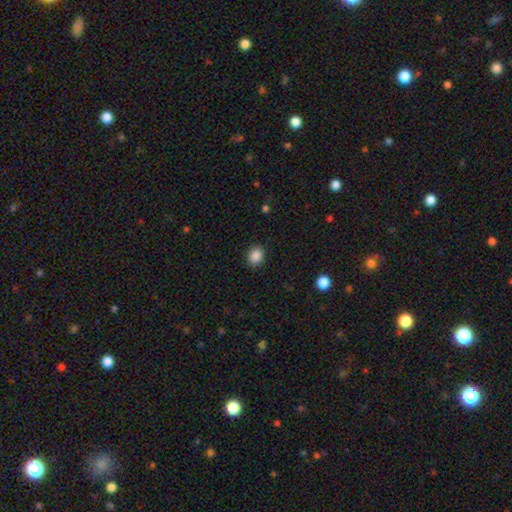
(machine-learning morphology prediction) smooth-or-featured: smooth: 88% | star or artifact: 9% | featured or disk: 3%
  how-rounded: round: 50% | in between: 49% | cigar-shaped: 1%
  merging: none: 89% | minor disturbance: 8% | major disturbance: 2% | merger: 1%